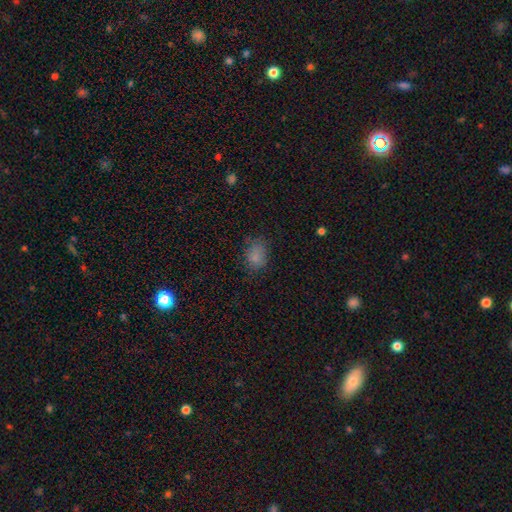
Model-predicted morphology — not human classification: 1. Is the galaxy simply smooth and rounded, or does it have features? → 79% smooth, 14% star or artifact, 7% featured or disk.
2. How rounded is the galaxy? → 65% in between, 34% round, 1% cigar-shaped.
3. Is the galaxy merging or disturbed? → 69% none, 21% minor disturbance, 8% major disturbance, 1% merger.